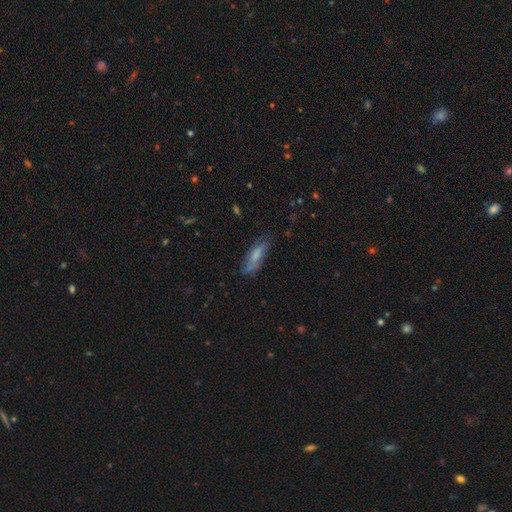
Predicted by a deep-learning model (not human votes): Morphology: type=smooth (65%); roundness=cigar-shaped (49%, tied with in between); merging=none (65%).